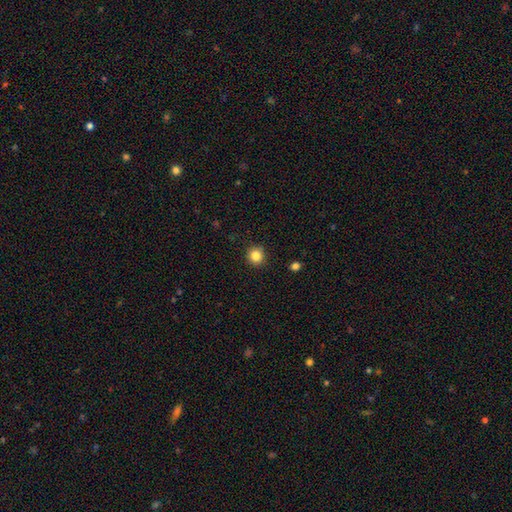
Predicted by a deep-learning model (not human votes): Smooth or featured?
  - smooth: 85% *
  - star or artifact: 11%
  - featured or disk: 5%
How rounded?
  - round: 93% *
  - in between: 6%
  - cigar-shaped: 1%
Merging?
  - none: 91% *
  - minor disturbance: 6%
  - major disturbance: 2%
  - merger: 1%